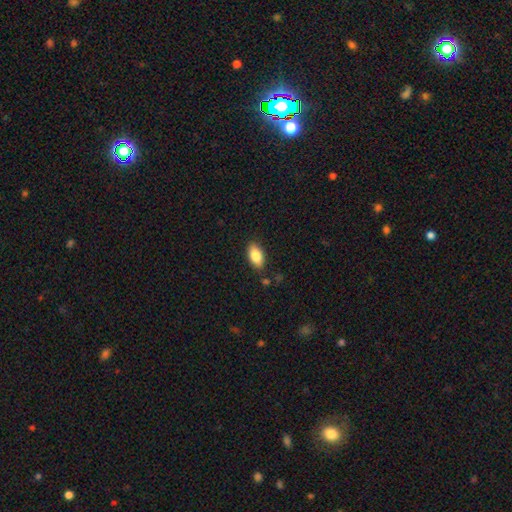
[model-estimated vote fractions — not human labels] A smooth galaxy with no disk features (84%) that is in between round and cigar-shaped (92%). Merging: none (84%).